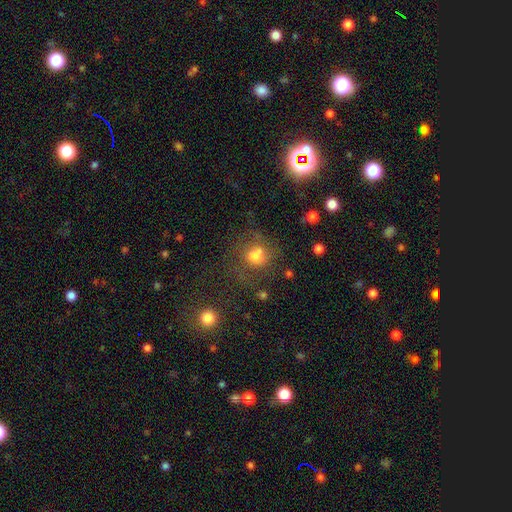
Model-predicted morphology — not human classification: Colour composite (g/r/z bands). It shows a smooth galaxy with no disk features (62%) that is round (75%). Merging: none (51%).